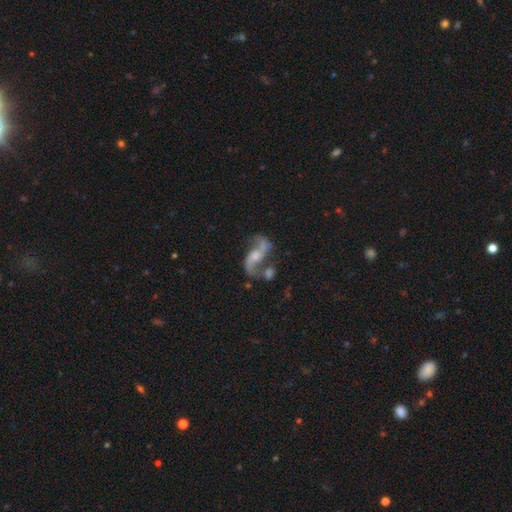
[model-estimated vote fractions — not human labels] Smooth or featured?
  - featured or disk: 85% *
  - smooth: 8%
  - star or artifact: 7%
Edge-on disk?
  - no: 96% *
  - yes: 4%
Bar?
  - no: 51% *
  - weak: 36%
  - strong: 13%
Spiral arms?
  - yes: 94% *
  - no: 6%
Spiral winding?
  - loose: 74% *
  - medium: 21%
  - tight: 4%
Spiral arm count?
  - 2: 92% *
  - 1: 3%
  - can't tell: 2%
  - 3: 1%
  - 4: 1%
  - more than 4: 1%
Bulge size?
  - moderate: 48% *
  - small: 34%
  - none: 9%
  - large: 8%
  - dominant: 2%
Merging?
  - none: 47% *
  - merger: 25%
  - minor disturbance: 15%
  - major disturbance: 12%